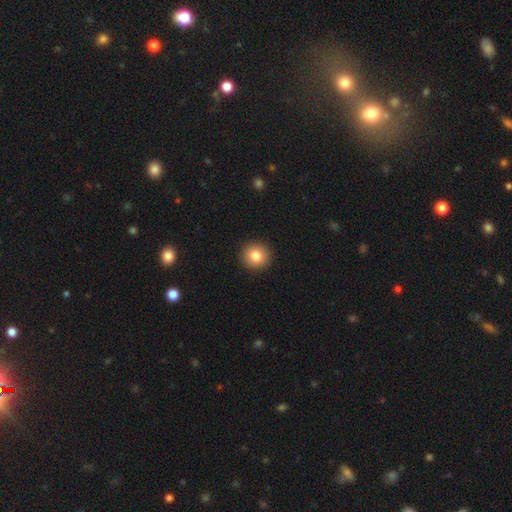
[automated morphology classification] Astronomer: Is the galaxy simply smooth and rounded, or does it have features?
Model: smooth — 83%.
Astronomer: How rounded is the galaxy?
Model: round — 92%.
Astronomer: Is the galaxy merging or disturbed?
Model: none — 93%.